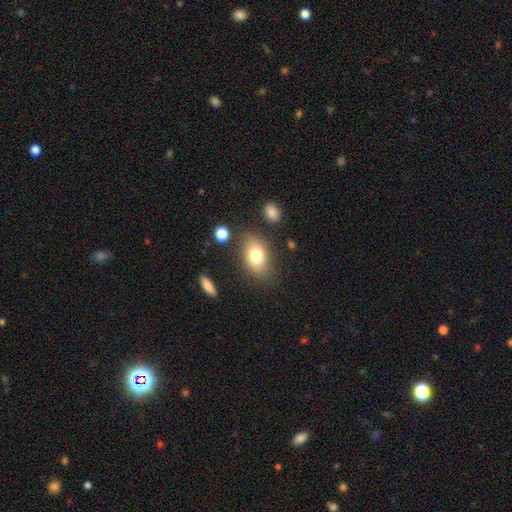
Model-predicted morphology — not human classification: Smooth or featured? Predicted: smooth (p=0.77). How rounded? Predicted: in between (p=0.83). Merging? Predicted: none (p=0.76).